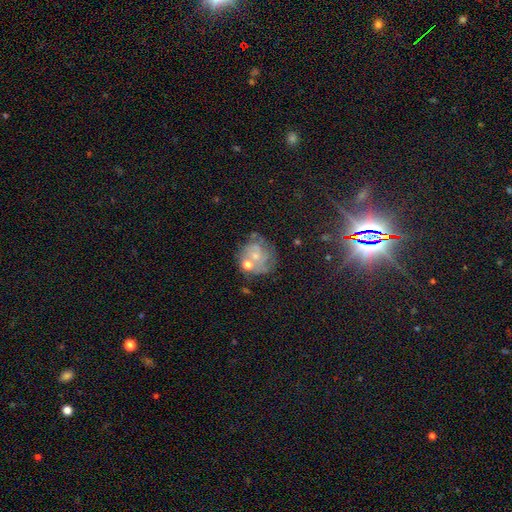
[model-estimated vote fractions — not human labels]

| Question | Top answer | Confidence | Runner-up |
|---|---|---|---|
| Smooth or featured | featured or disk | 60% | smooth (27%) |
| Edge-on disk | no | 98% | yes (2%) |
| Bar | no | 77% | weak (20%) |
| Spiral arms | yes | 72% | no (28%) |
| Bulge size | small | 55% | moderate (32%) |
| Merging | none | 52% | minor disturbance (21%) |